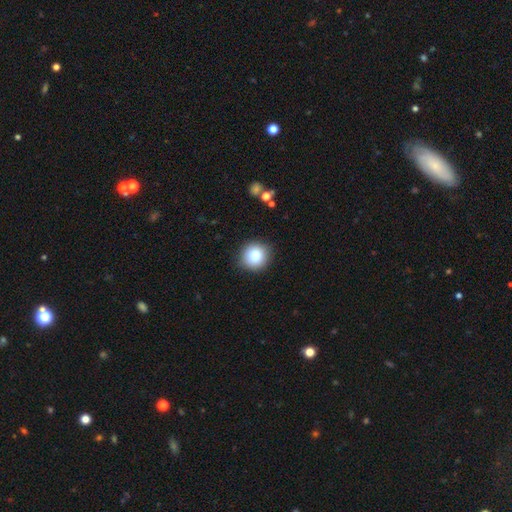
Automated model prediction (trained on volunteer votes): Overall: smooth (80%). How rounded: round (92%). Merging: none (91%).